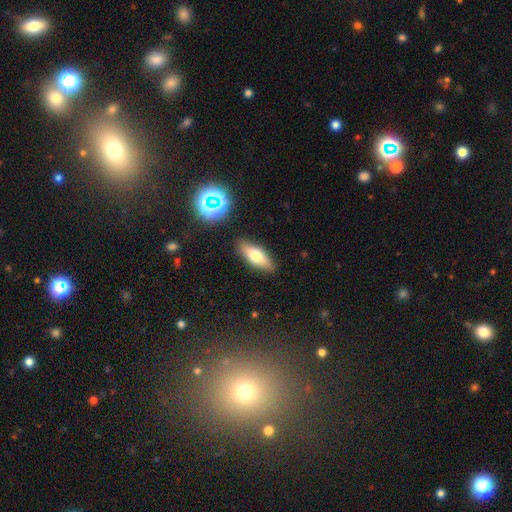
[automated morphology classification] Smooth or featured?
  - smooth: 66% *
  - featured or disk: 25%
  - star or artifact: 9%
How rounded?
  - in between: 68% *
  - cigar-shaped: 28%
  - round: 3%
Merging?
  - none: 86% *
  - minor disturbance: 9%
  - major disturbance: 2%
  - merger: 2%